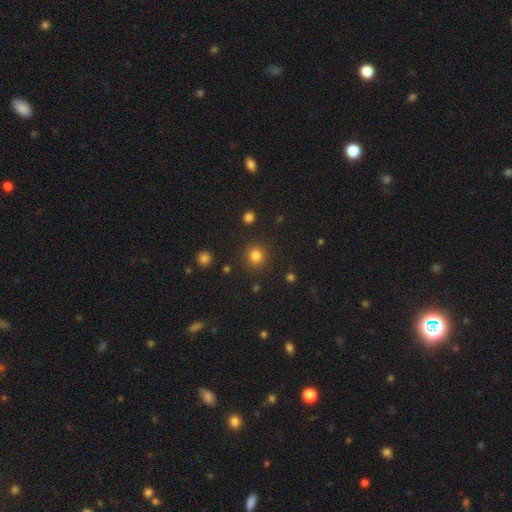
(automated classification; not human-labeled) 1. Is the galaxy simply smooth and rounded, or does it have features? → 82% smooth, 13% star or artifact, 5% featured or disk.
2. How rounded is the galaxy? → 91% round, 8% in between, 1% cigar-shaped.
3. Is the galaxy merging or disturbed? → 89% none, 6% minor disturbance, 3% major disturbance, 2% merger.